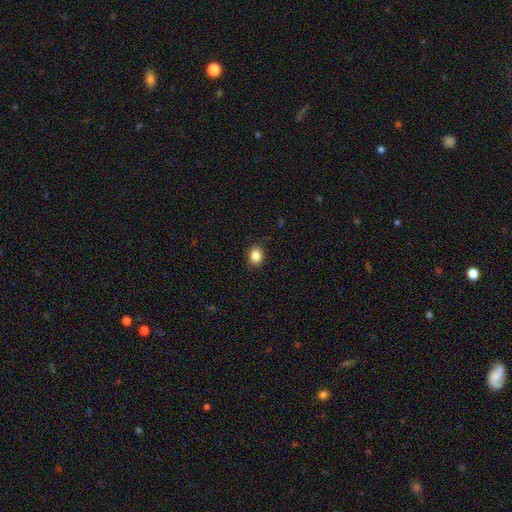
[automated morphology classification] The model was most divided on "how rounded": round: 56%, in between: 43%, cigar-shaped: 1%. More confident: merging — none (89%); smooth or featured — smooth (86%).